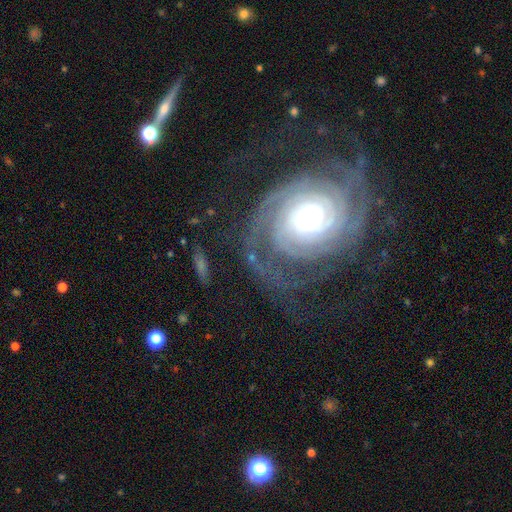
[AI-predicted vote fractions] The model was most divided on "spiral arm count": 2: 38%, 3: 20%, can't tell: 18%, 4: 9%, more than 4: 7%, 1: 7%. Remaining: edge-on disk — no (97%); spiral arms — yes (97%); smooth or featured — featured or disk (89%); merging — none (72%); bar — no (69%); spiral winding — tight (68%); bulge size — moderate (45%).